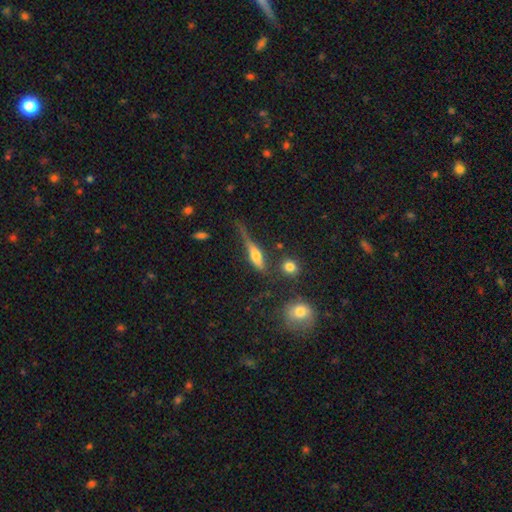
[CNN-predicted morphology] This is possibly a featured or disk galaxy (48%). Merging: marginally none (44%).